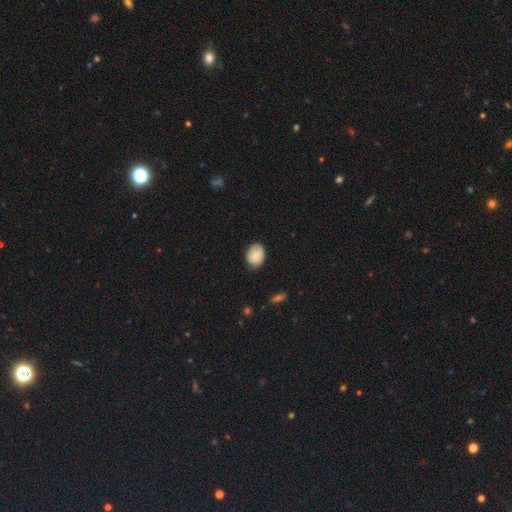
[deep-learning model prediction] A smooth galaxy with no disk features (70%) that is in between round and cigar-shaped (63%). Merging: none (67%).